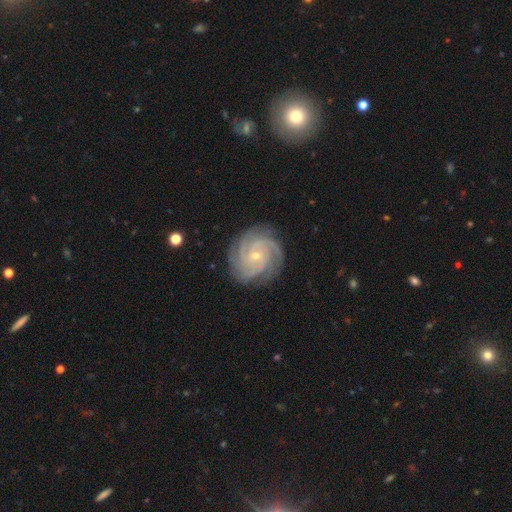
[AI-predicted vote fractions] This is clearly a featured or disk galaxy (90%). It is clearly not viewed edge-on (98%). Bar: likely no (66%). Spiral arm pattern: clearly yes (98%). Spiral arm count: marginally 4 (38%). Spiral winding: likely tight (74%). Central bulge: likely small (77%). Merging: clearly none (83%).